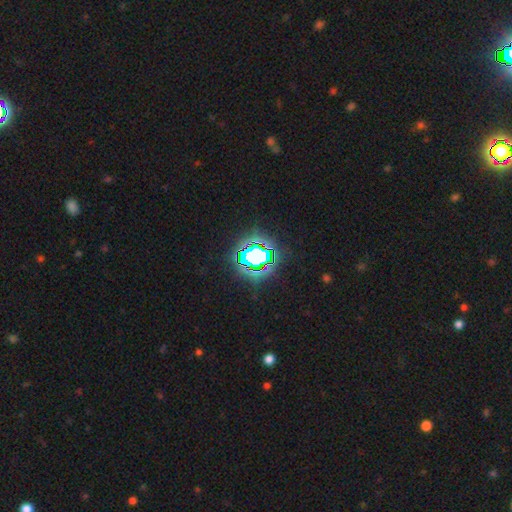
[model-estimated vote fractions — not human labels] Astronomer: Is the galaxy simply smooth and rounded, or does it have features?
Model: star or artifact — 67%.